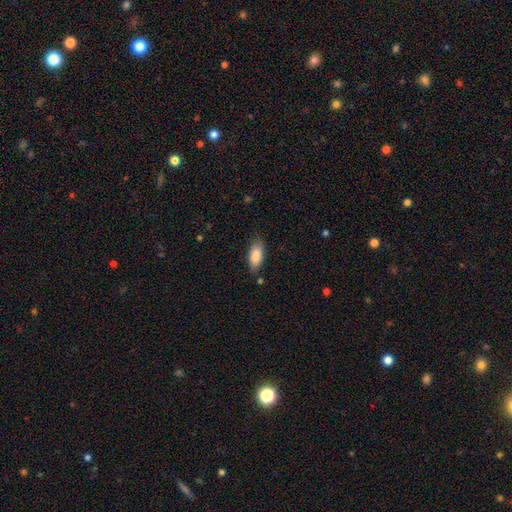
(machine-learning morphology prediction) Overall: smooth (88%). How rounded: in between (86%). Merging: none (81%).